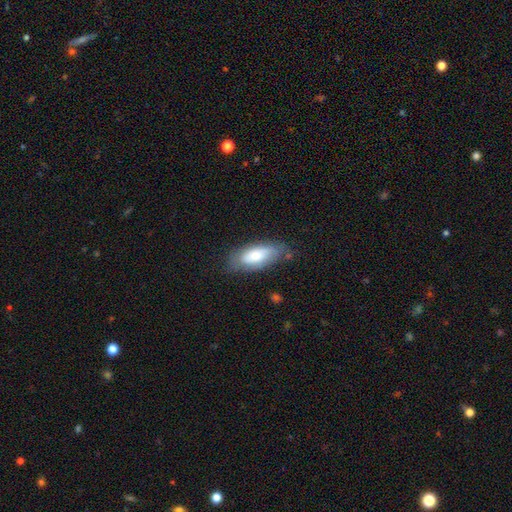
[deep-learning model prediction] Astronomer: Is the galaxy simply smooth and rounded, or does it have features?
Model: smooth — 72%.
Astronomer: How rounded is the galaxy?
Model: in between — 83%.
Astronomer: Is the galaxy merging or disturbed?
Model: none — 68%.